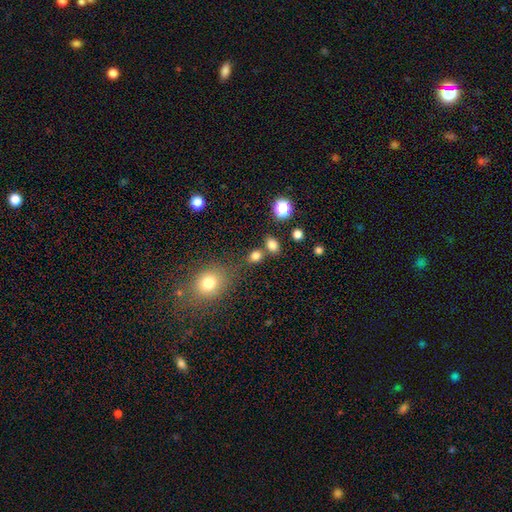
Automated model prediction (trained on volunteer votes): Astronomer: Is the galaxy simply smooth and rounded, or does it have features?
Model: smooth — 79%.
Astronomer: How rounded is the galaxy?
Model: in between — 56% (runner-up: round, 43%).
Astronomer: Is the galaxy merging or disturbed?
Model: none — 65%.